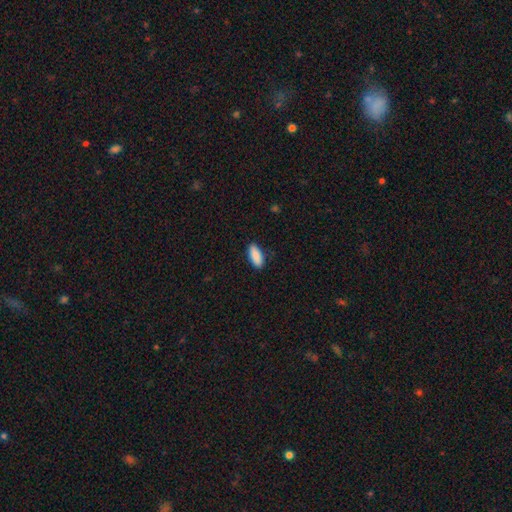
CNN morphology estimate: type=smooth (90%); roundness=in between (84%); merging=none (88%).